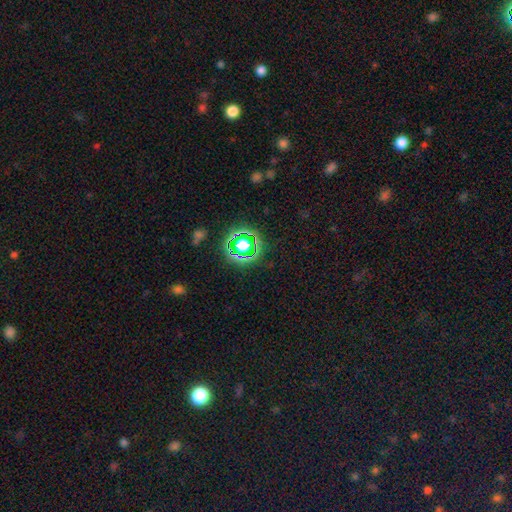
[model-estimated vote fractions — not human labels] A star or artifact, not a galaxy (73%).

Vote fractions:
- Smooth or featured? star or artifact: 73% / smooth: 19% / featured or disk: 8%